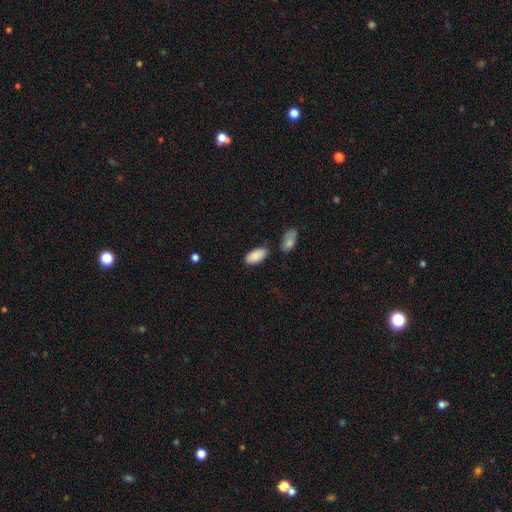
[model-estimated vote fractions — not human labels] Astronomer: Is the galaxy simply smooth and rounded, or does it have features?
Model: smooth — 87%.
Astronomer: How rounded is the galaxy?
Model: in between — 94%.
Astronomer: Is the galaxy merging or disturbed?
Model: none — 76%.